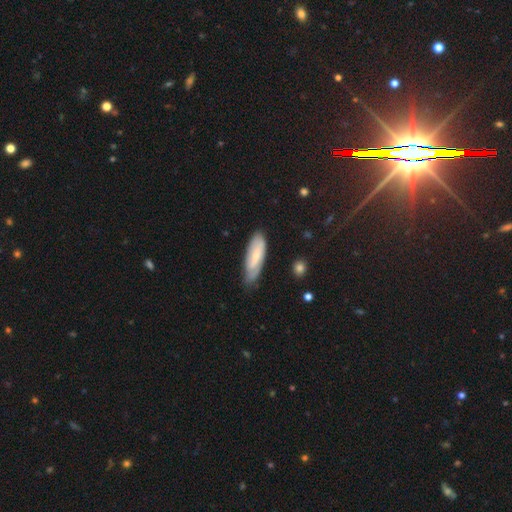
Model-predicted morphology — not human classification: This appears to be a smooth galaxy with no disk features (53%) that is in between round and cigar-shaped (58%). Merging: none (66%).